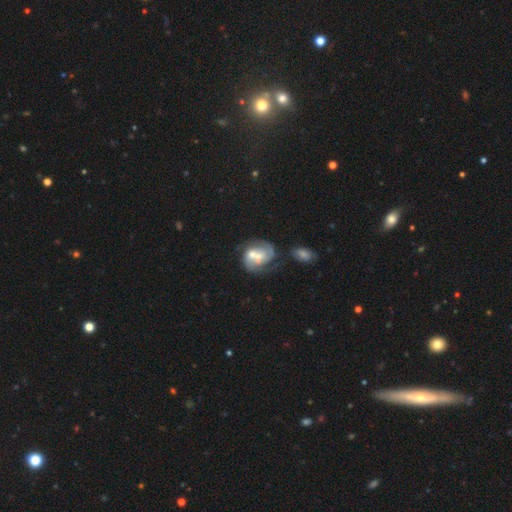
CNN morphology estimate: A featured or disk galaxy (63%) with no bar (67%), spiral arms (72%) and a moderate central bulge (46%).

Vote fractions:
- Smooth or featured? featured or disk: 63% / smooth: 30% / star or artifact: 7%
- Edge-on disk? no: 98% / yes: 2%
- Bar? no: 67% / weak: 27% / strong: 6%
- Spiral arms? yes: 72% / no: 28%
- Bulge size? moderate: 46% / small: 33% / none: 10% / large: 10% / dominant: 2%
- Merging? merger: 47% / none: 28% / minor disturbance: 13% / major disturbance: 12%